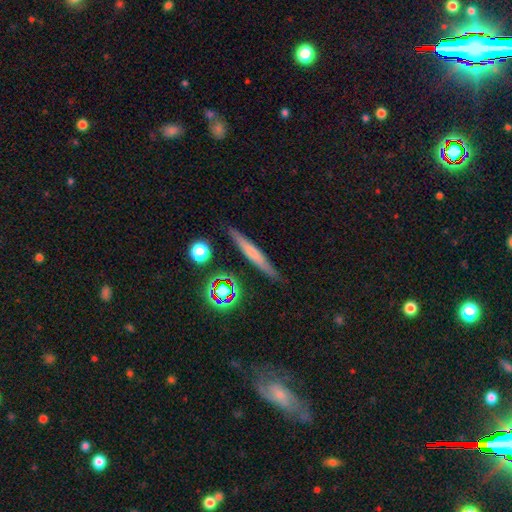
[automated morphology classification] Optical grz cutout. It shows a smooth galaxy with no disk features (48%). Merging: none (87%).